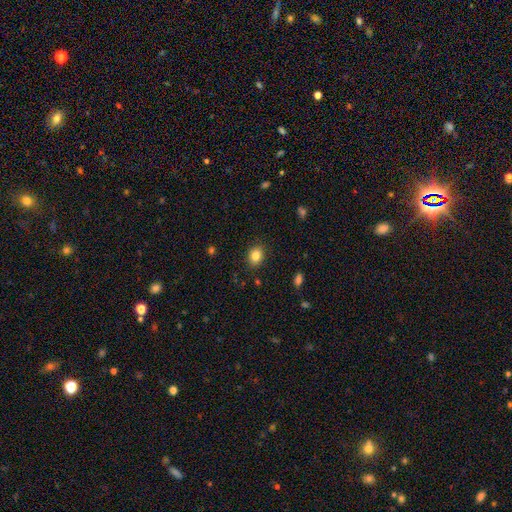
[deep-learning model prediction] The model was most divided on "how rounded": in between: 53%, round: 46%, cigar-shaped: 1%. More confident: merging — none (88%); smooth or featured — smooth (84%).